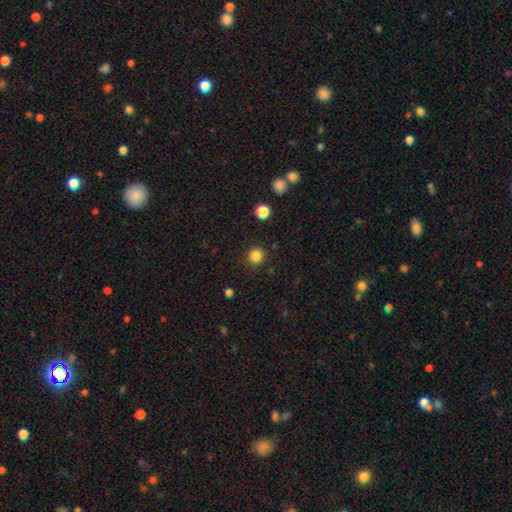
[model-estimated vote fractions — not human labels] Q: Smooth or featured?
A: smooth (85%); runner-up: star or artifact (12%)
Q: How rounded?
A: round (93%); runner-up: in between (6%)
Q: Merging?
A: none (90%); runner-up: minor disturbance (7%)